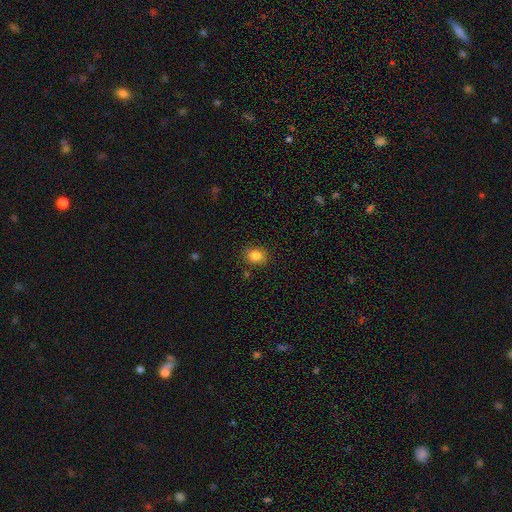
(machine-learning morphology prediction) A smooth galaxy with no disk features (84%) that is round (61%).

Vote fractions:
- Smooth or featured? smooth: 84% / star or artifact: 10% / featured or disk: 6%
- How rounded? round: 61% / in between: 38% / cigar-shaped: 1%
- Merging? none: 85% / minor disturbance: 10% / major disturbance: 3% / merger: 2%